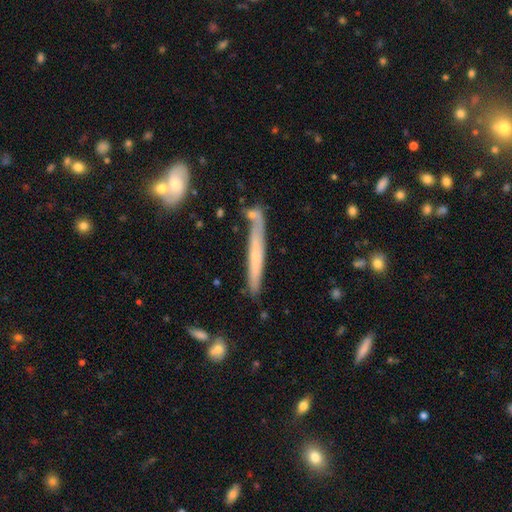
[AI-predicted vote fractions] smooth-or-featured: smooth: 49% | featured or disk: 44% | star or artifact: 7%
  merging: none: 72% | minor disturbance: 16% | merger: 8% | major disturbance: 4%